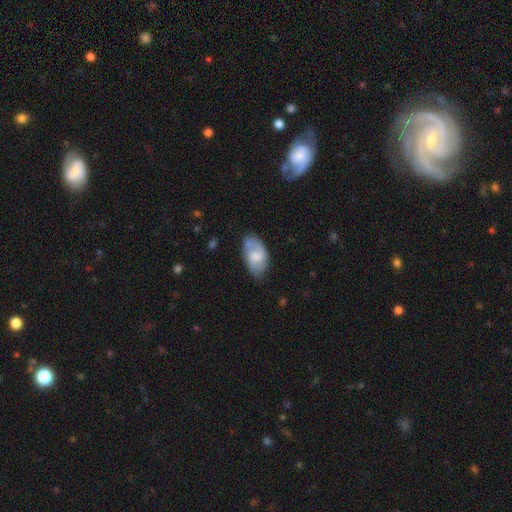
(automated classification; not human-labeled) Q: Smooth or featured?
A: featured or disk (53%); runner-up: smooth (41%)
Q: Edge-on disk?
A: no (96%); runner-up: yes (4%)
Q: Bar?
A: no (52%); runner-up: weak (42%)
Q: Spiral arms?
A: yes (83%); runner-up: no (17%)
Q: Bulge size?
A: moderate (41%); runner-up: small (35%)
Q: Merging?
A: none (66%); runner-up: minor disturbance (24%)